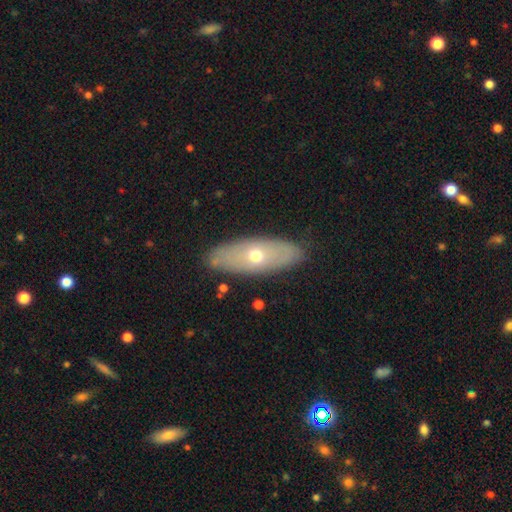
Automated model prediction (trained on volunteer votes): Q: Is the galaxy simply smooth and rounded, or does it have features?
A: featured or disk — 46%.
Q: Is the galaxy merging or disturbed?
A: none — 88%.